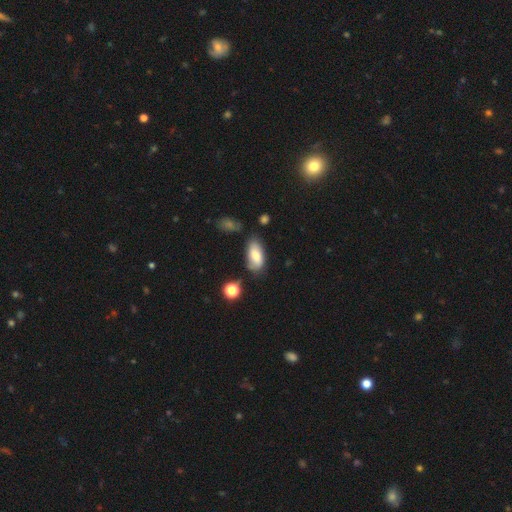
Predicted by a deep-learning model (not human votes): The model was most divided on "merging": none: 59%, minor disturbance: 28%, major disturbance: 8%, merger: 6%. More confident: how rounded — in between (91%); smooth or featured — smooth (75%).